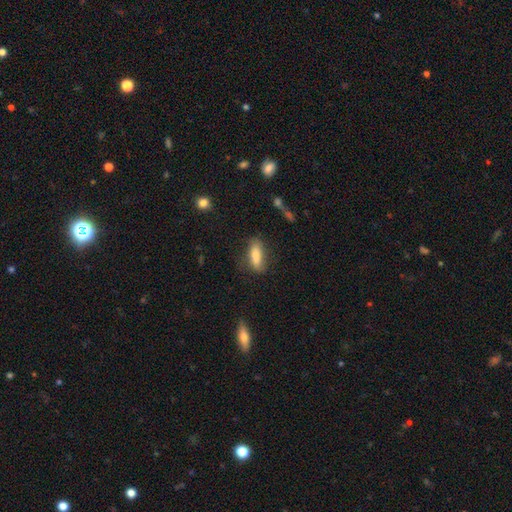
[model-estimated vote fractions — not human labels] smooth_or_featured: smooth (p=0.80) [alt: featured or disk p=0.13]
how_rounded: in between (p=0.62) [alt: cigar-shaped p=0.35]
merging: none (p=0.73) [alt: minor disturbance p=0.18]